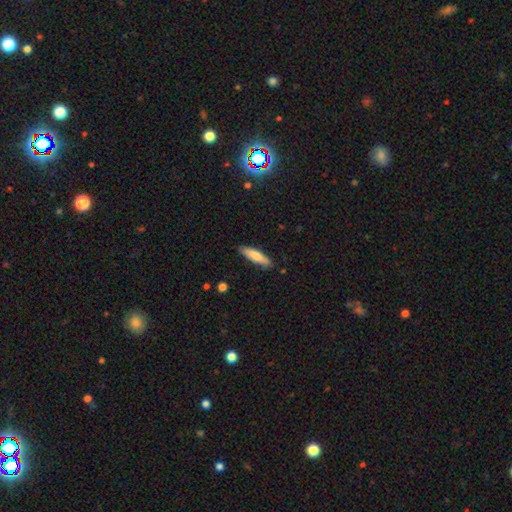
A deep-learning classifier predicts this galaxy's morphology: A smooth galaxy with no disk features (74%) that is cigar-shaped (71%). Merging: none (87%).